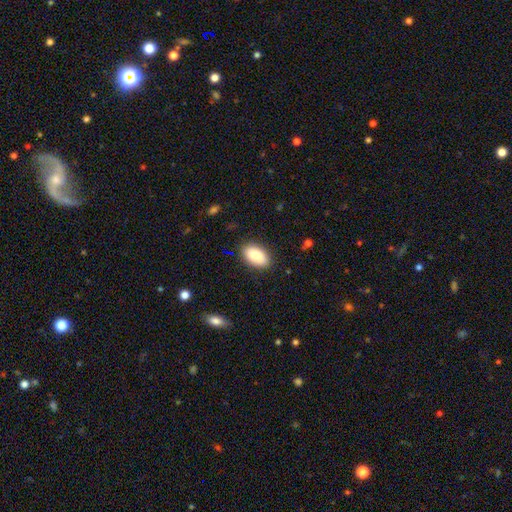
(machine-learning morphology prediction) type=smooth (86%); roundness=in between (93%); merging=none (86%).